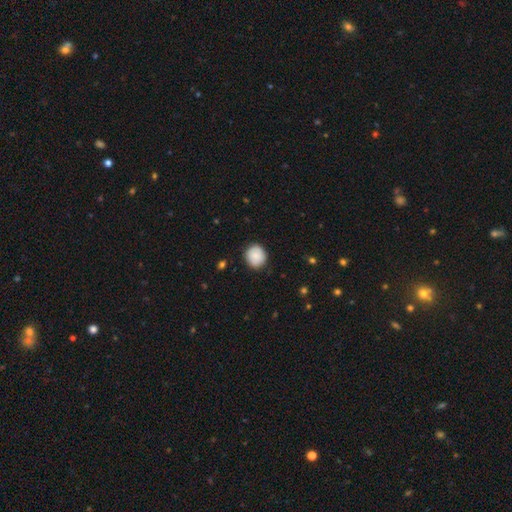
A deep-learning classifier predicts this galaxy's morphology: Overall: smooth (83%). How rounded: round (86%). Merging: none (86%).